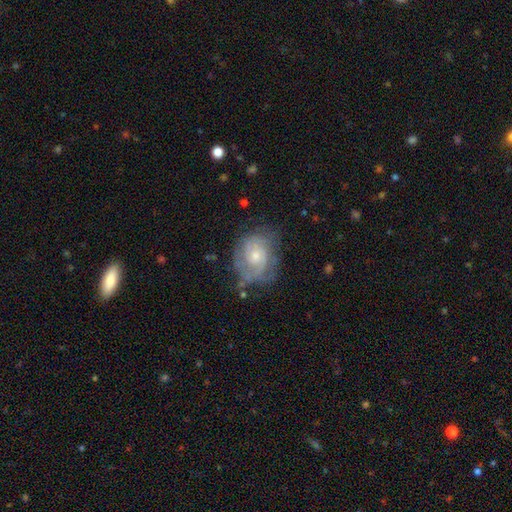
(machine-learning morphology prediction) Smooth or featured: featured or disk — 69% (smooth — 24%)
Edge-on disk: no — 97% (yes — 3%)
Bar: no — 74% (weak — 23%)
Spiral arms: yes — 83% (no — 17%)
Spiral winding: tight — 58% (medium — 32%)
Spiral arm count: can't tell — 39% (2 — 38%)
Bulge size: moderate — 49% (small — 43%)
Merging: none — 61% (minor disturbance — 25%)